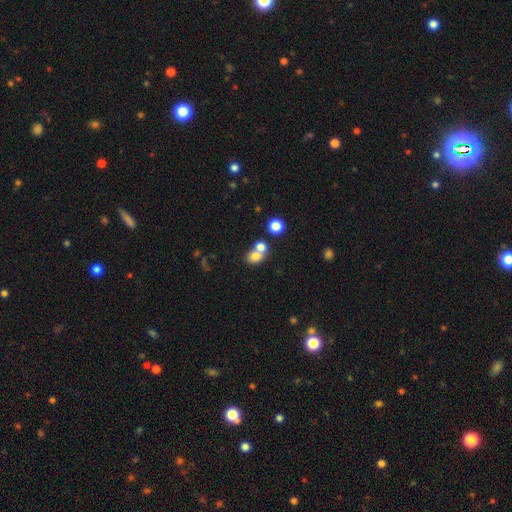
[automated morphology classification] Smooth or featured: smooth — 75% (featured or disk — 13%)
How rounded: round — 56% (in between — 43%)
Merging: merger — 54% (none — 35%)